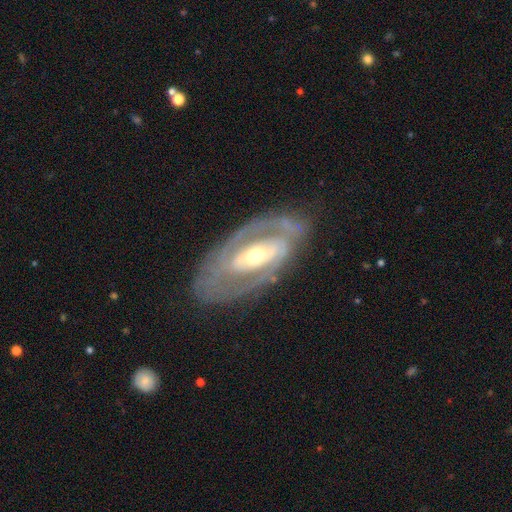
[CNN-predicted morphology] smooth-or-featured: featured or disk: 81% | smooth: 14% | star or artifact: 5%
  disk-edge-on: no: 91% | yes: 9%
    bar: no: 40% | weak: 30% | strong: 29%
    has-spiral-arms: yes: 62% | no: 38%
    bulge-size: moderate: 54% | small: 39% | large: 5% | dominant: 1% | none: 1%
  merging: none: 72% | minor disturbance: 17% | major disturbance: 9% | merger: 2%